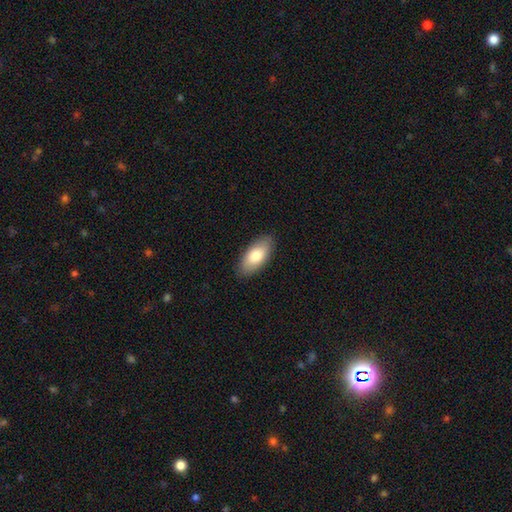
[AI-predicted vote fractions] A smooth galaxy with no disk features (81%) that is in between round and cigar-shaped (90%). Merging: none (88%).